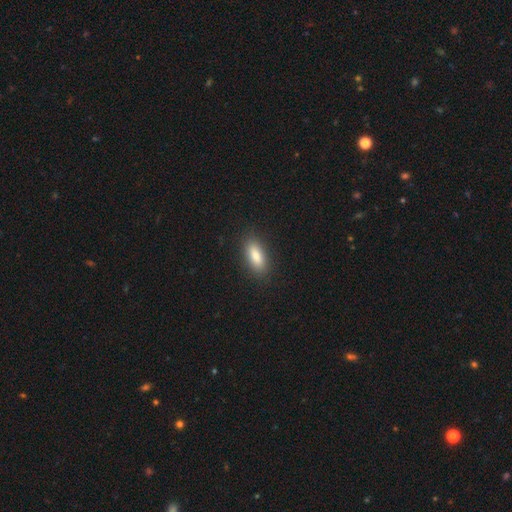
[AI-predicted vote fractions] A smooth galaxy with no disk features (83%) that is in between round and cigar-shaped (72%).

Vote fractions:
- Smooth or featured? smooth: 83% / featured or disk: 10% / star or artifact: 7%
- How rounded? in between: 72% / cigar-shaped: 25% / round: 3%
- Merging? none: 88% / minor disturbance: 9% / major disturbance: 2% / merger: 1%